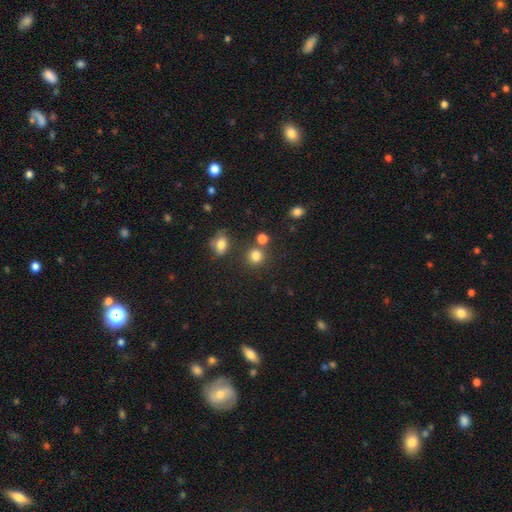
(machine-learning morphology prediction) smooth_or_featured: smooth (p=0.81) [alt: star or artifact p=0.14]
how_rounded: round (p=0.87) [alt: in between p=0.12]
merging: none (p=0.75) [alt: merger p=0.13]